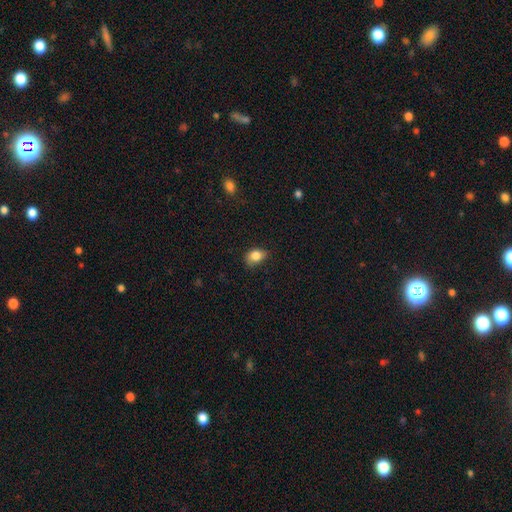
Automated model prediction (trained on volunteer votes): A smooth galaxy with no disk features (83%) that is in between round and cigar-shaped (72%).

Vote fractions:
- Smooth or featured? smooth: 83% / star or artifact: 9% / featured or disk: 8%
- How rounded? in between: 72% / round: 27% / cigar-shaped: 2%
- Merging? none: 62% / minor disturbance: 30% / major disturbance: 7% / merger: 2%